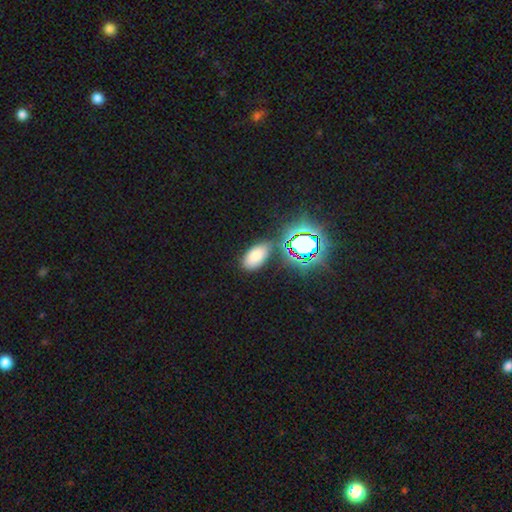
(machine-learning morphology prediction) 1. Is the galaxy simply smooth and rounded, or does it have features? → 71% smooth, 21% star or artifact, 8% featured or disk.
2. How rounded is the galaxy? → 93% in between, 5% round, 2% cigar-shaped.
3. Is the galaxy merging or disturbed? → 73% none, 15% minor disturbance, 7% merger, 5% major disturbance.